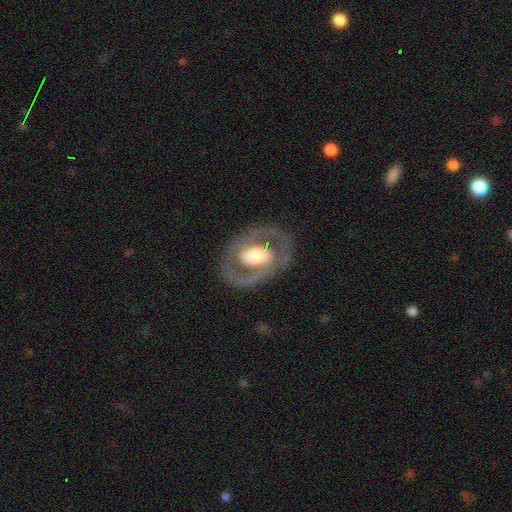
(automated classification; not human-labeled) Smooth or featured?
  - featured or disk: 73% *
  - smooth: 22%
  - star or artifact: 5%
Edge-on disk?
  - no: 94% *
  - yes: 6%
Bar?
  - no: 40% *
  - weak: 30%
  - strong: 30%
Spiral arms?
  - no: 51% *
  - yes: 49%
Bulge size?
  - moderate: 49% *
  - large: 36%
  - small: 10%
  - dominant: 4%
  - none: 2%
Merging?
  - none: 78% *
  - minor disturbance: 12%
  - major disturbance: 9%
  - merger: 1%